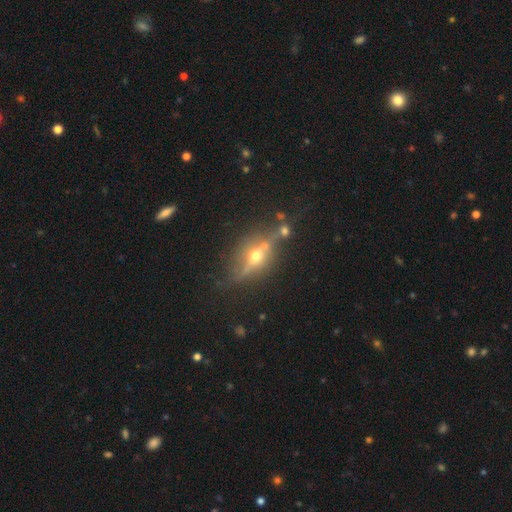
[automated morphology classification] The model was most divided on "smooth or featured": featured or disk: 65%, smooth: 20%, star or artifact: 15%. More confident: edge-on disk — yes (75%); merging — none (71%).